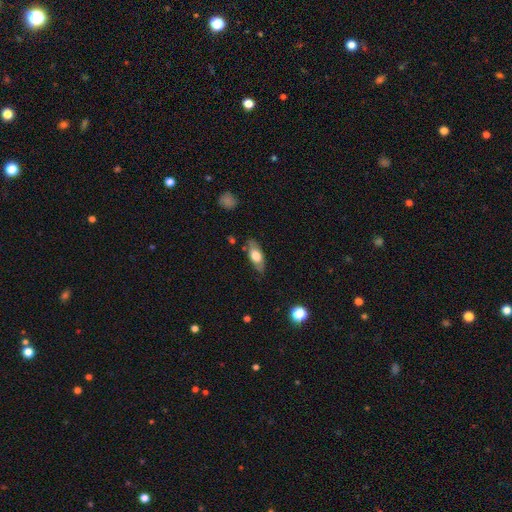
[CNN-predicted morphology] Smooth or featured?
  - smooth: 60% *
  - featured or disk: 33%
  - star or artifact: 6%
How rounded?
  - in between: 79% *
  - cigar-shaped: 17%
  - round: 3%
Merging?
  - none: 78% *
  - minor disturbance: 17%
  - major disturbance: 4%
  - merger: 2%